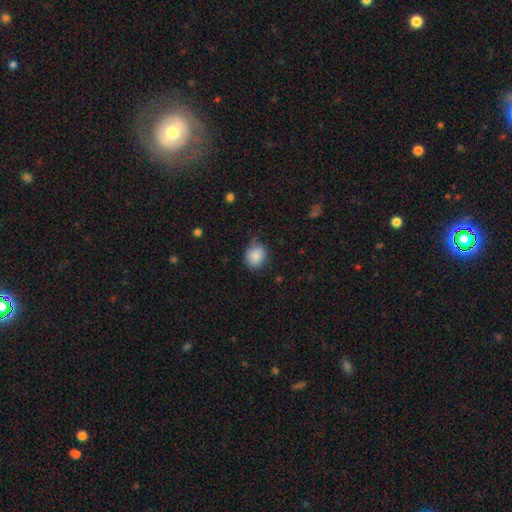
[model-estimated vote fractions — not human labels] smooth-or-featured: smooth: 87% | star or artifact: 8% | featured or disk: 5%
  how-rounded: round: 72% | in between: 27% | cigar-shaped: 1%
  merging: none: 71% | minor disturbance: 23% | major disturbance: 5% | merger: 1%